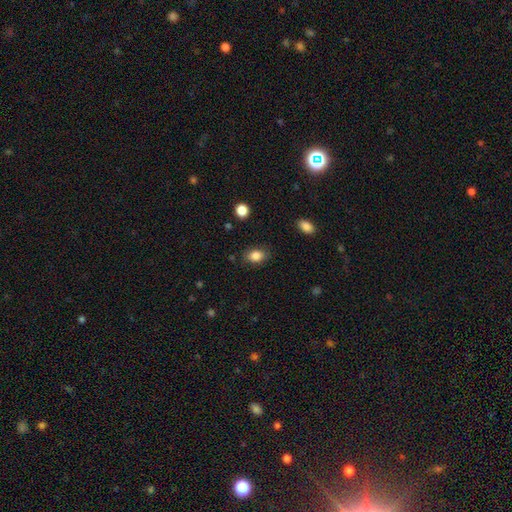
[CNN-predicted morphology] smooth_or_featured: smooth (p=0.85) [alt: star or artifact p=0.09]
how_rounded: in between (p=0.73) [alt: round p=0.26]
merging: none (p=0.81) [alt: minor disturbance p=0.14]